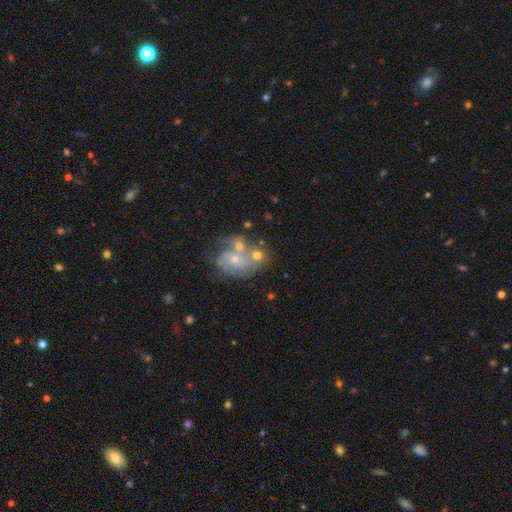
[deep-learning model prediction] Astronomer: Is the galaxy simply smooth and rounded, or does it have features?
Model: featured or disk — 64%.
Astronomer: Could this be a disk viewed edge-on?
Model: no — 97%.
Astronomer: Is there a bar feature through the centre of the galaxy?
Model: no — 76%.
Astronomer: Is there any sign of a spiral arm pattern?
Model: yes — 70%.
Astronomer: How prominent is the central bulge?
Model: small — 57% (runner-up: moderate, 34%).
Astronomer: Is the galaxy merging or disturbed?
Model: merger — 36% (runner-up: none, 33%).